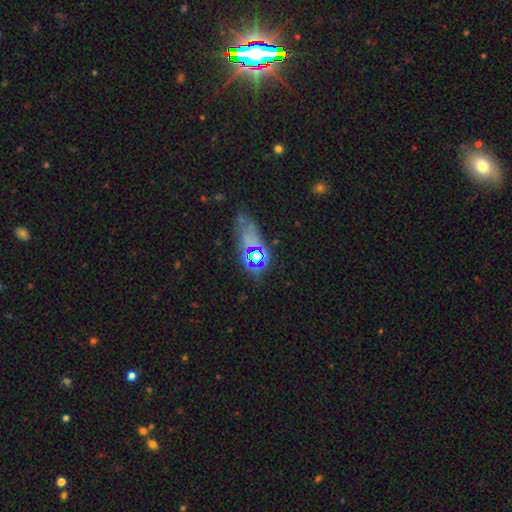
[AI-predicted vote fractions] Smooth or featured? Predicted: star or artifact (p=0.49).